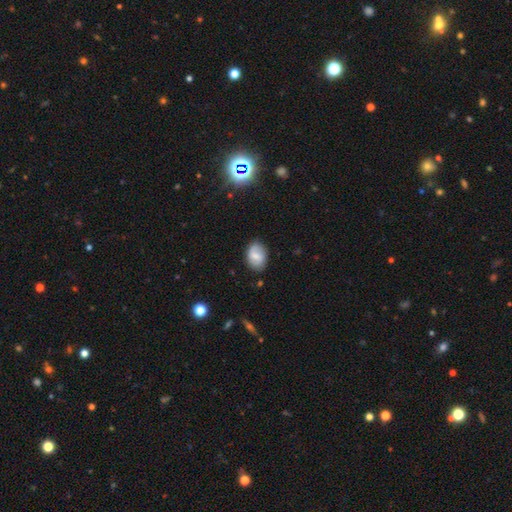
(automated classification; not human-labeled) A smooth galaxy with no disk features (56%) that is in between round and cigar-shaped (78%). Merging: none (80%).